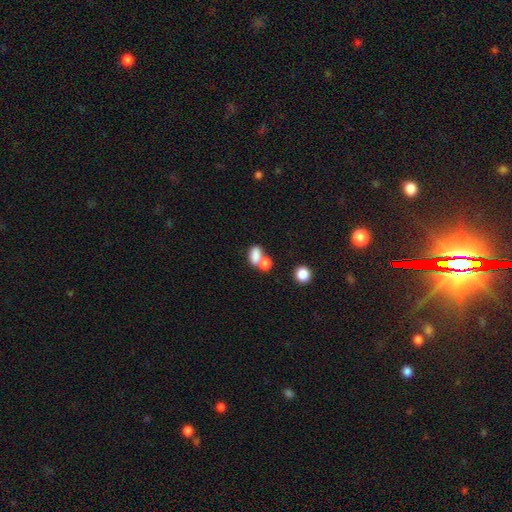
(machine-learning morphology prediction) This appears to be a smooth galaxy with no disk features (79%) that is in between round and cigar-shaped (83%). Merging: merger (54%).